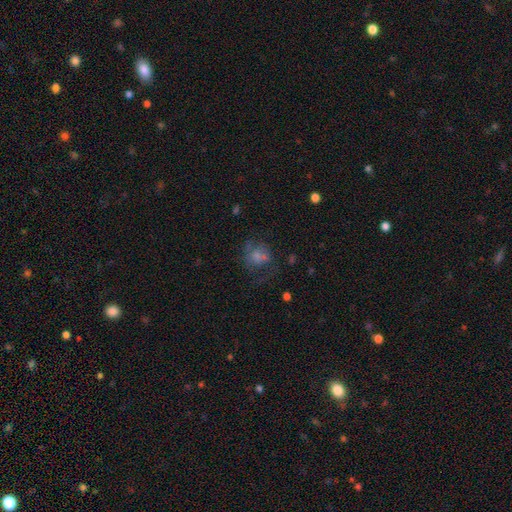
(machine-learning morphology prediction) Smooth or featured?
  - smooth: 42% *
  - featured or disk: 32%
  - star or artifact: 25%
Merging?
  - none: 50% *
  - major disturbance: 27%
  - minor disturbance: 20%
  - merger: 4%